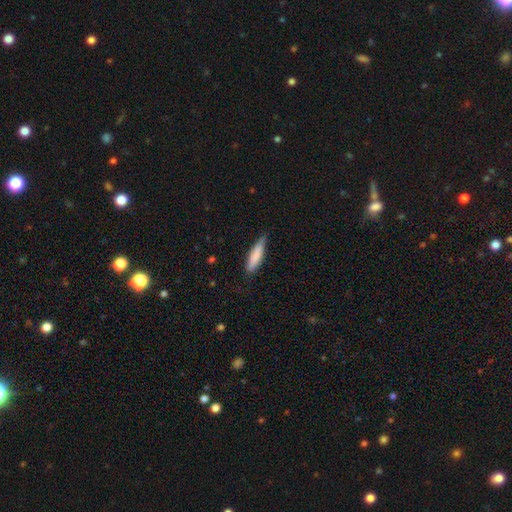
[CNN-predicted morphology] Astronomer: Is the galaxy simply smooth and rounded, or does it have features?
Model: smooth — 79%.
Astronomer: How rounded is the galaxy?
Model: cigar-shaped — 72%.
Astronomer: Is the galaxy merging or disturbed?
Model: none — 69%.